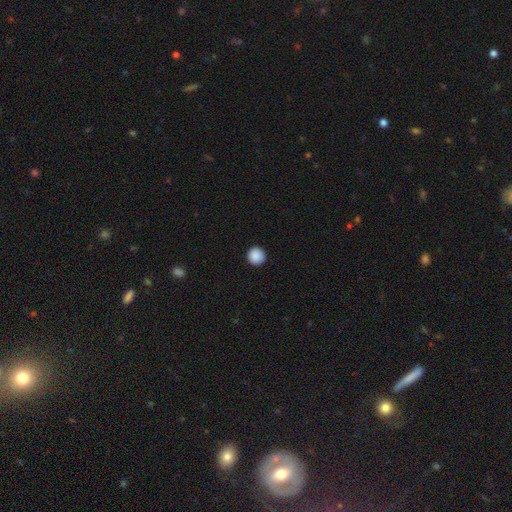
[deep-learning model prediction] smooth_or_featured: smooth (p=0.89) [alt: star or artifact p=0.08]
how_rounded: round (p=0.96) [alt: in between p=0.03]
merging: none (p=0.93) [alt: minor disturbance p=0.04]